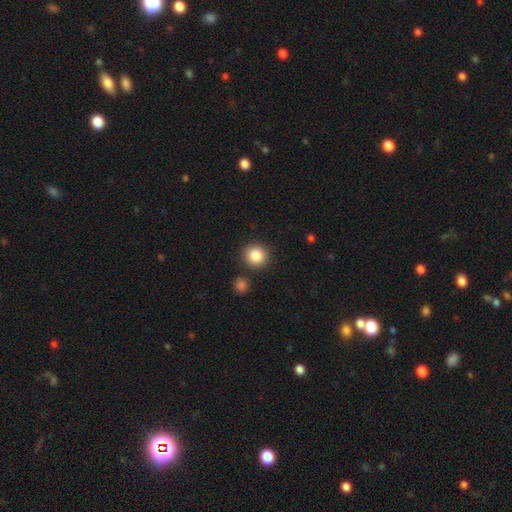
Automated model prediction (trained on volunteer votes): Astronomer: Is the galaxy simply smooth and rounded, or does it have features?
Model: smooth — 86%.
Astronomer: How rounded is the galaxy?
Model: round — 91%.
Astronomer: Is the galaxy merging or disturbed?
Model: none — 86%.